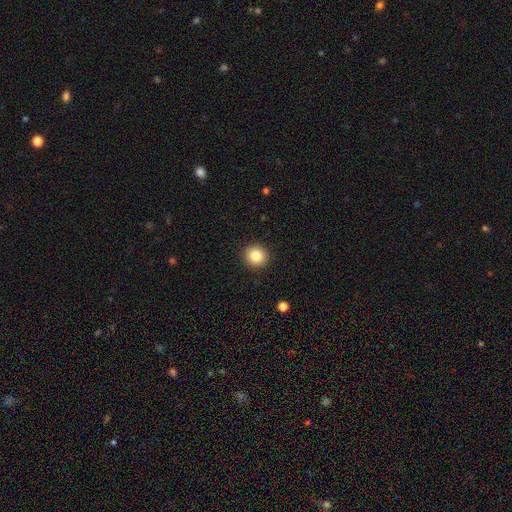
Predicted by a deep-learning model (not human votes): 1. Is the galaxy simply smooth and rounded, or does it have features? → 84% smooth, 10% star or artifact, 7% featured or disk.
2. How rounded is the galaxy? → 89% round, 10% in between, 1% cigar-shaped.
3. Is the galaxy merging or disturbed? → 92% none, 5% minor disturbance, 2% major disturbance, 1% merger.